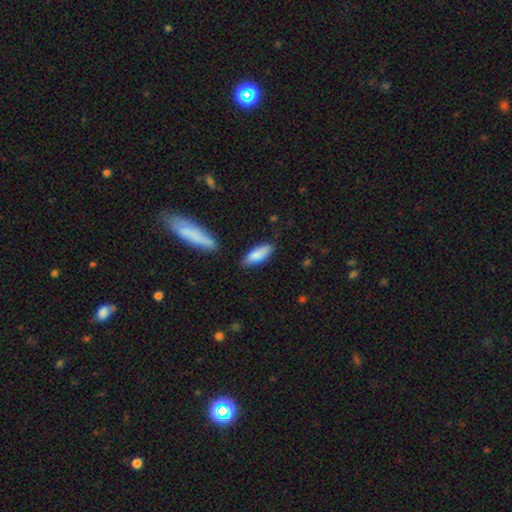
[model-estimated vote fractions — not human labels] This appears to be a smooth galaxy with no disk features (83%) that is in between round and cigar-shaped (67%). Merging: none (76%).